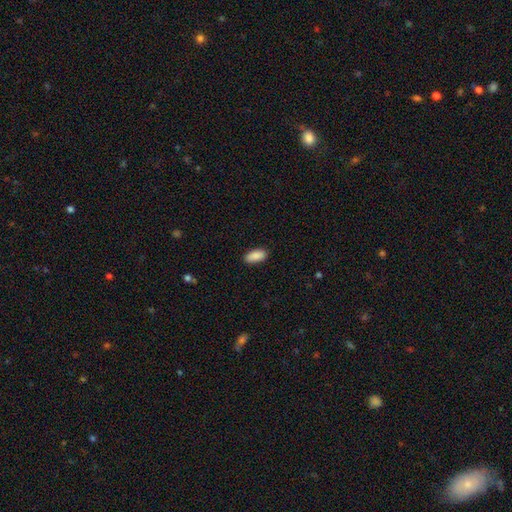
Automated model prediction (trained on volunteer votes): smooth 90%, star or artifact 6%, featured or disk 4%. Down the decision tree: how rounded — in between (90%); merging — none (88%).